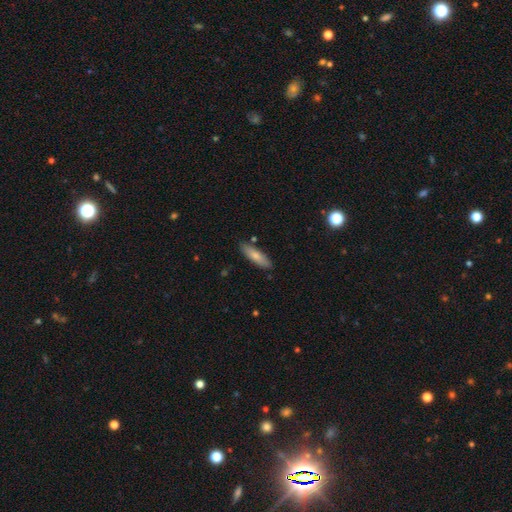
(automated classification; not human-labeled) A smooth galaxy with no disk features (74%) that is cigar-shaped (58%).

Vote fractions:
- Smooth or featured? smooth: 74% / featured or disk: 20% / star or artifact: 6%
- How rounded? cigar-shaped: 58% / in between: 40% / round: 2%
- Merging? none: 85% / minor disturbance: 10% / merger: 3% / major disturbance: 2%